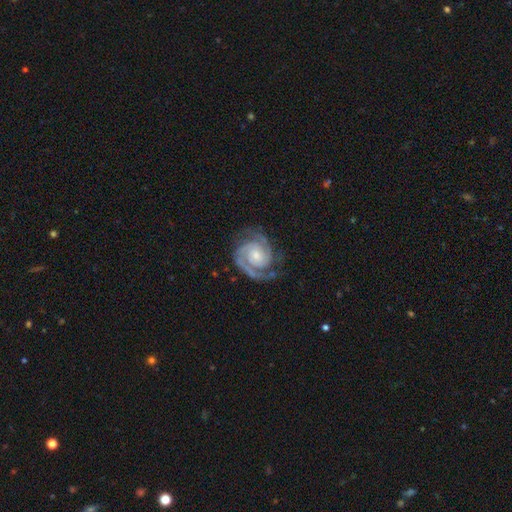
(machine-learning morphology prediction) featured or disk 92%, smooth 4%, star or artifact 4%. Down the decision tree: edge-on disk — no (98%); bar — no (65%); spiral arms — yes (98%); spiral arm count — 2 (80%); spiral winding — tight (65%); bulge size — small (51%); merging — none (76%).